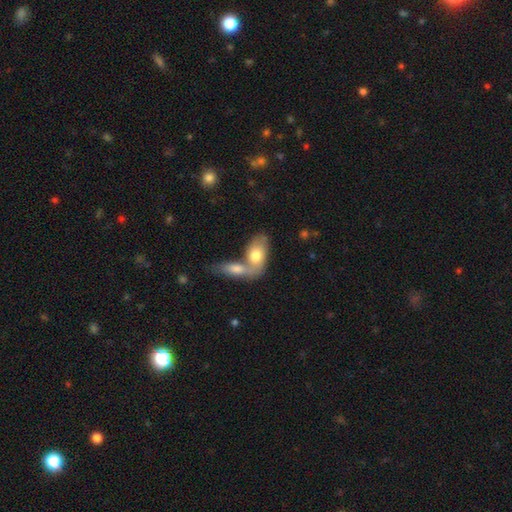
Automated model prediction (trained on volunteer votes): Smooth or featured: smooth — 70% (featured or disk — 25%)
How rounded: in between — 88% (cigar-shaped — 7%)
Merging: merger — 64% (none — 24%)